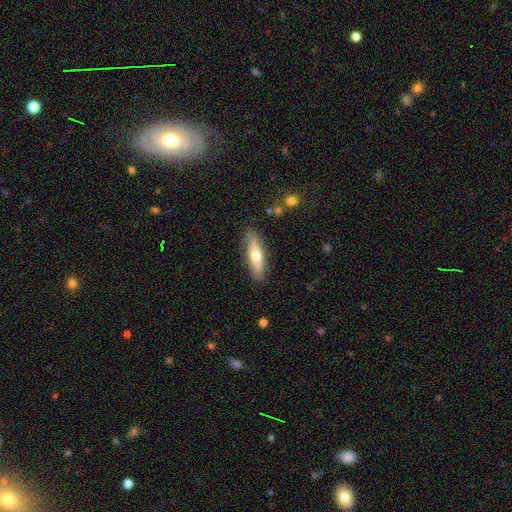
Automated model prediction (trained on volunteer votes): smooth 54%, featured or disk 40%, star or artifact 6%. Down the decision tree: how rounded — cigar-shaped (61%); merging — none (85%).